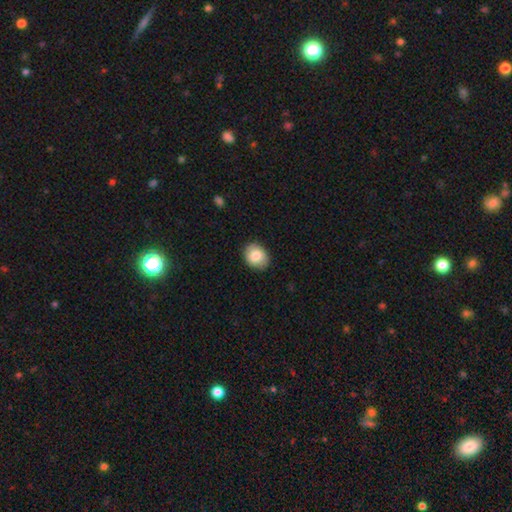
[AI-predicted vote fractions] A smooth galaxy with no disk features (84%) that is in between round and cigar-shaped (55%). Merging: none (87%).